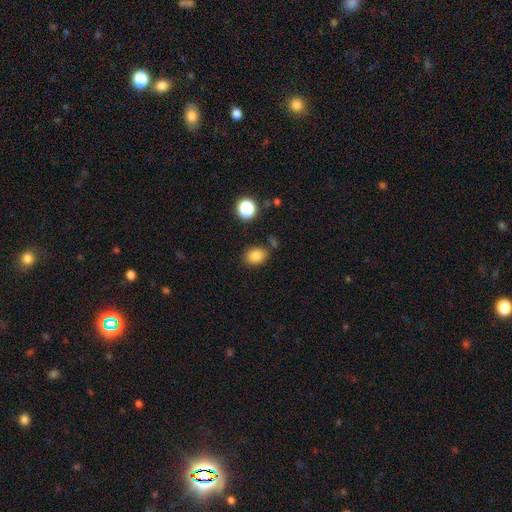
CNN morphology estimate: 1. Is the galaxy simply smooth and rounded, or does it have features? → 83% smooth, 12% star or artifact, 5% featured or disk.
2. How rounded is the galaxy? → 62% in between, 37% round, 1% cigar-shaped.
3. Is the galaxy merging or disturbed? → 77% none, 13% minor disturbance, 6% merger, 4% major disturbance.